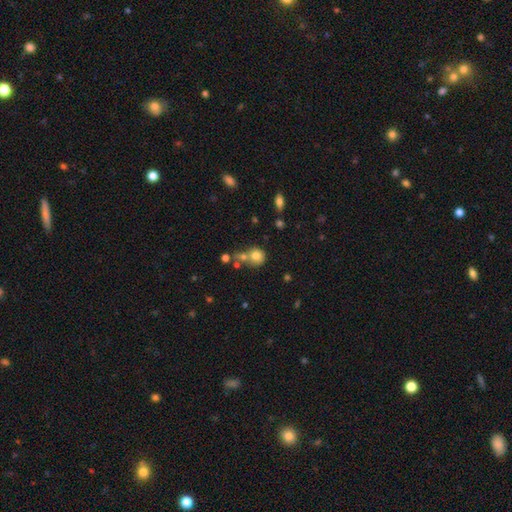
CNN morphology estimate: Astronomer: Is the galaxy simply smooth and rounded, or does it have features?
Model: smooth — 75%.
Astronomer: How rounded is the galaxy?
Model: round — 82%.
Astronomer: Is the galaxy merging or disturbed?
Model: none — 45% (runner-up: merger, 34%).